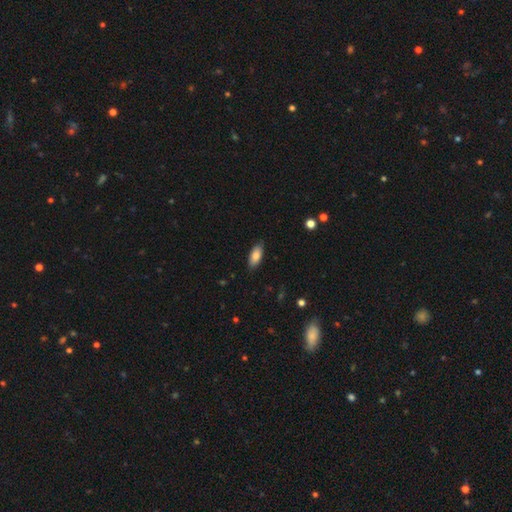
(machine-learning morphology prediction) Smooth or featured: smooth — 82% (featured or disk — 11%)
How rounded: in between — 87% (cigar-shaped — 11%)
Merging: none — 87% (minor disturbance — 10%)